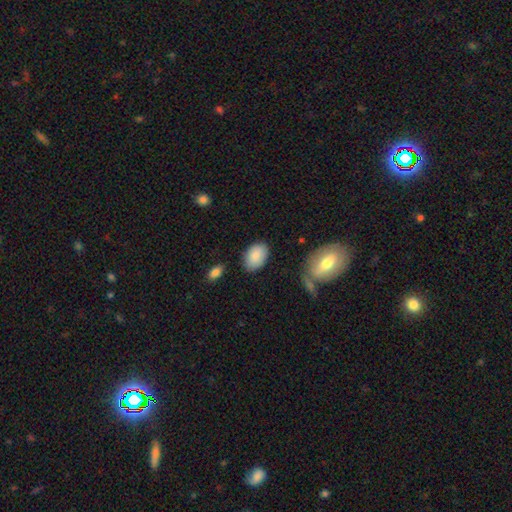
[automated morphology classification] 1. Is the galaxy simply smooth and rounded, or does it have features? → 87% smooth, 7% featured or disk, 6% star or artifact.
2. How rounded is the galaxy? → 89% in between, 10% round, 1% cigar-shaped.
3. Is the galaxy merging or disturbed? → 81% none, 14% minor disturbance, 3% major disturbance, 3% merger.